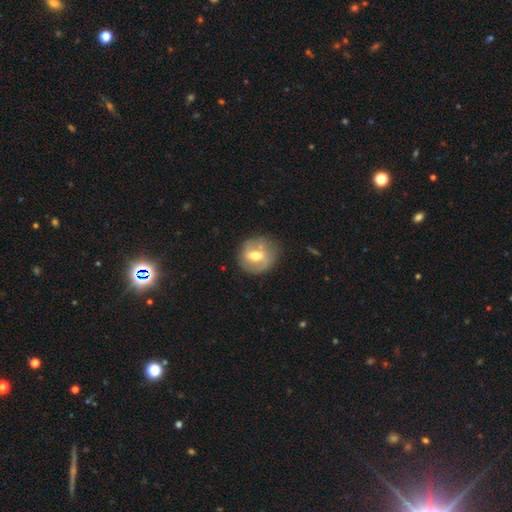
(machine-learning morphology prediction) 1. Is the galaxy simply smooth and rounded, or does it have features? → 56% featured or disk, 38% smooth, 6% star or artifact.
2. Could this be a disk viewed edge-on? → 95% no, 5% yes.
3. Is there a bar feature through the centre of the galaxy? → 47% weak, 27% strong, 26% no.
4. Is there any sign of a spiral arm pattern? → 54% yes, 46% no.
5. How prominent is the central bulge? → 74% moderate, 12% small, 12% large, 1% dominant, 1% none.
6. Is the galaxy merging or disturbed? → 76% none, 16% minor disturbance, 5% major disturbance, 2% merger.